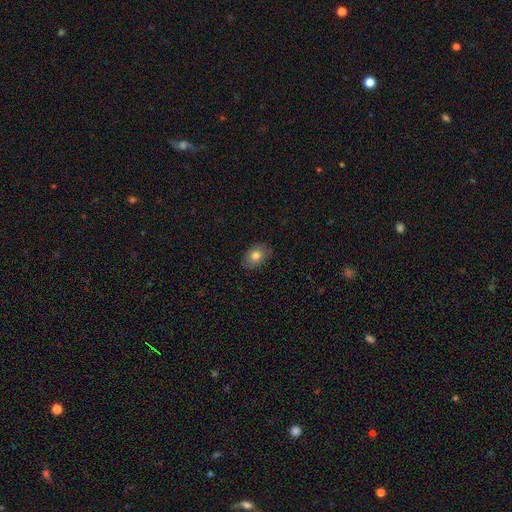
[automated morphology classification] A smooth galaxy with no disk features (80%) that is in between round and cigar-shaped (79%).

Vote fractions:
- Smooth or featured? smooth: 80% / featured or disk: 12% / star or artifact: 8%
- How rounded? in between: 79% / round: 20% / cigar-shaped: 1%
- Merging? none: 86% / minor disturbance: 11% / major disturbance: 2% / merger: 1%